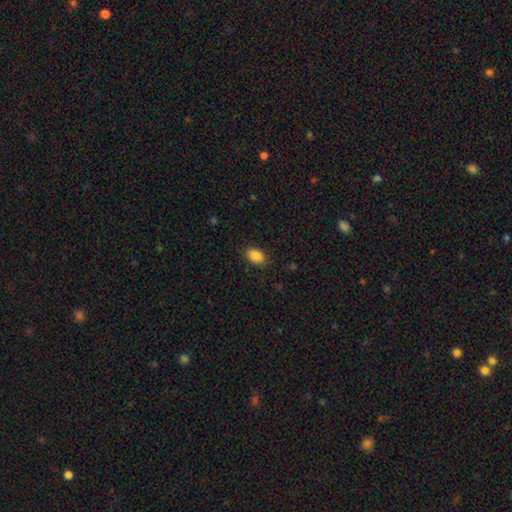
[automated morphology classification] Smooth or featured? smooth (87%)
How rounded? in between (85%)
Merging? none (87%)